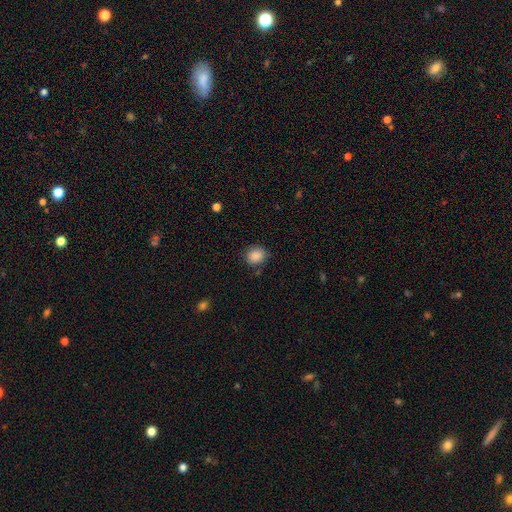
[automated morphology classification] smooth-or-featured: smooth: 88% | star or artifact: 9% | featured or disk: 3%
  how-rounded: round: 61% | in between: 38% | cigar-shaped: 1%
  merging: none: 81% | minor disturbance: 13% | major disturbance: 4% | merger: 2%